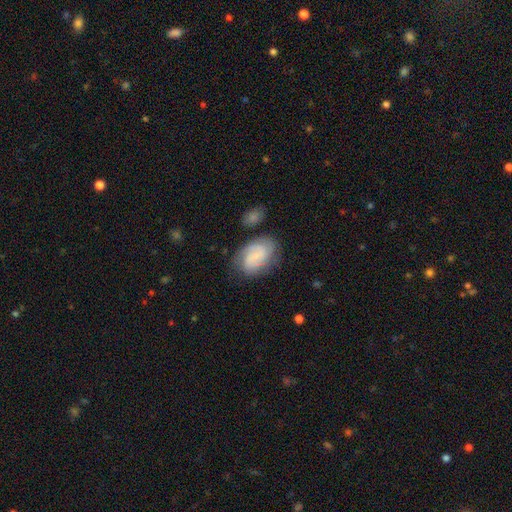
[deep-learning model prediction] Smooth or featured: featured or disk — 58% (smooth — 34%)
Edge-on disk: no — 97% (yes — 3%)
Bar: no — 60% (weak — 34%)
Spiral arms: yes — 91% (no — 9%)
Spiral winding: tight — 45% (medium — 40%)
Spiral arm count: 2 — 45% (can't tell — 26%)
Bulge size: small — 60% (none — 25%)
Merging: none — 69% (minor disturbance — 19%)